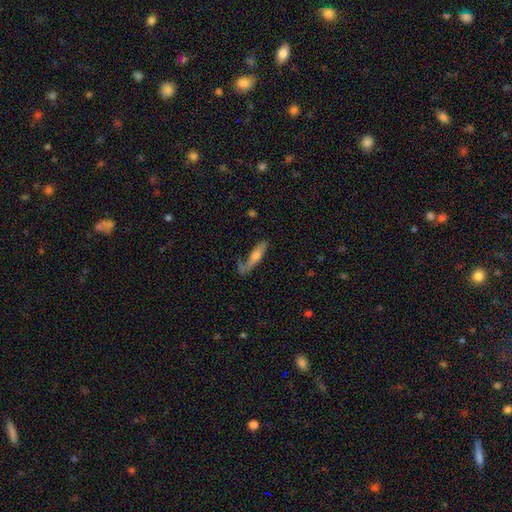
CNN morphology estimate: Smooth or featured? featured or disk (51%)
Edge-on disk? yes (60%)
Merging? none (54%)